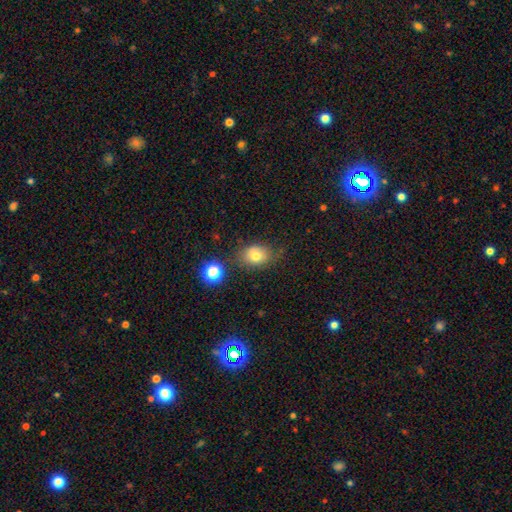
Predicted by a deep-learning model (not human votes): smooth 74%, featured or disk 14%, star or artifact 13%. Down the decision tree: how rounded — in between (60%); merging — none (65%).